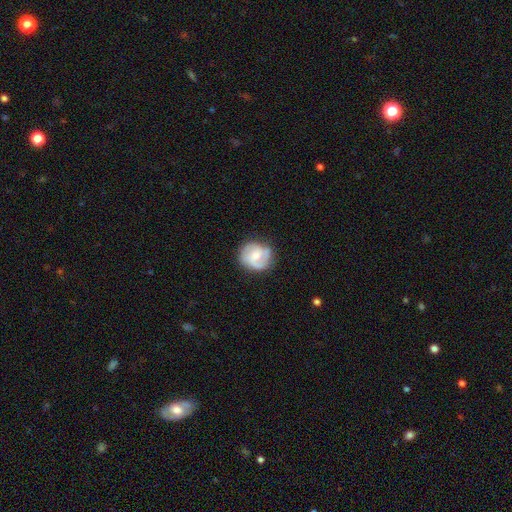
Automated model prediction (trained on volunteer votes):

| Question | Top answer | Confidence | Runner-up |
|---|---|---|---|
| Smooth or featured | featured or disk | 56% | smooth (37%) |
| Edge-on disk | no | 98% | yes (2%) |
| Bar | no | 60% | weak (33%) |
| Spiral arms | yes | 81% | no (19%) |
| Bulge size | moderate | 46% | small (45%) |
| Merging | none | 68% | minor disturbance (22%) |